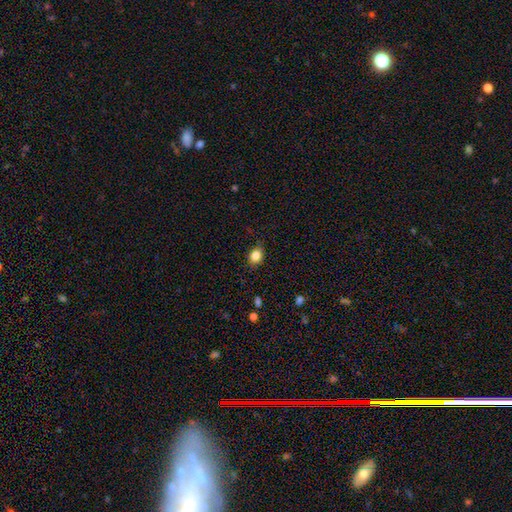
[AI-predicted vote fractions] smooth_or_featured: smooth (p=0.84) [alt: star or artifact p=0.10]
how_rounded: in between (p=0.50) [alt: round p=0.49]
merging: none (p=0.80) [alt: minor disturbance p=0.16]